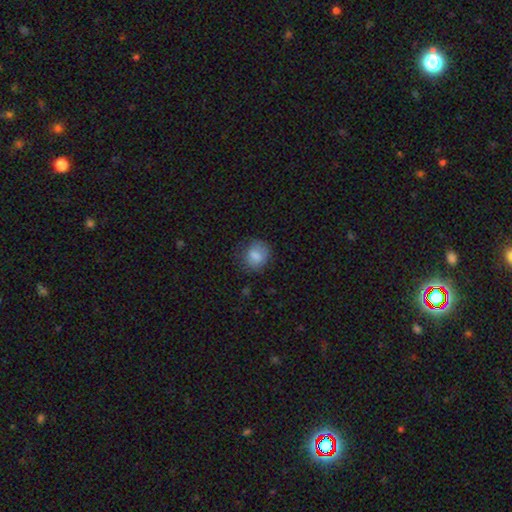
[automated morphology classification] A smooth galaxy with no disk features (80%) that is round (71%).

Vote fractions:
- Smooth or featured? smooth: 80% / featured or disk: 11% / star or artifact: 9%
- How rounded? round: 71% / in between: 28% / cigar-shaped: 1%
- Merging? none: 70% / minor disturbance: 21% / major disturbance: 8% / merger: 1%